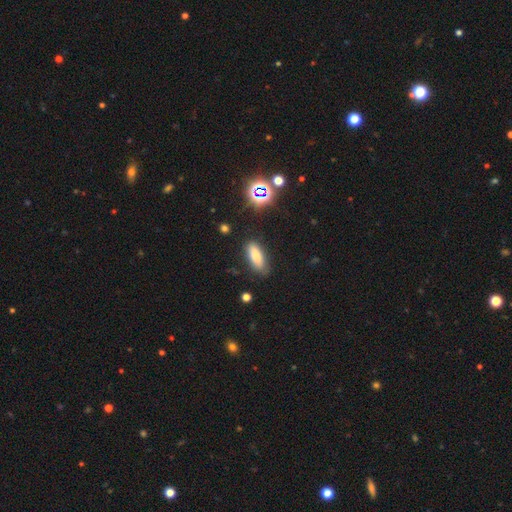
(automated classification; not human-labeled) Smooth or featured: smooth — 78% (star or artifact — 11%)
How rounded: in between — 69% (cigar-shaped — 28%)
Merging: none — 81% (minor disturbance — 14%)